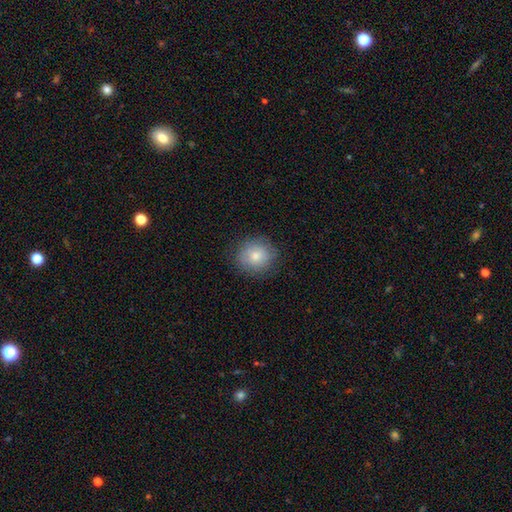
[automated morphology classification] A smooth galaxy with no disk features (79%) that is round (86%). Merging: none (82%).